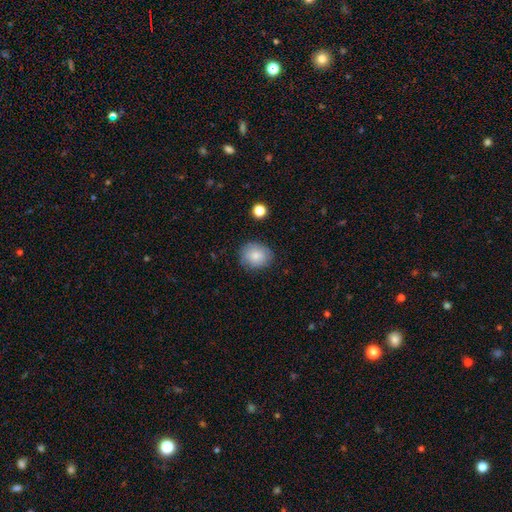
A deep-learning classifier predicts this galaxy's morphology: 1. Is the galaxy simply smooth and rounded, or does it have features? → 80% smooth, 12% featured or disk, 8% star or artifact.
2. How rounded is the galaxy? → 71% round, 28% in between, 1% cigar-shaped.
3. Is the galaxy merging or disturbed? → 79% none, 15% minor disturbance, 4% major disturbance, 2% merger.